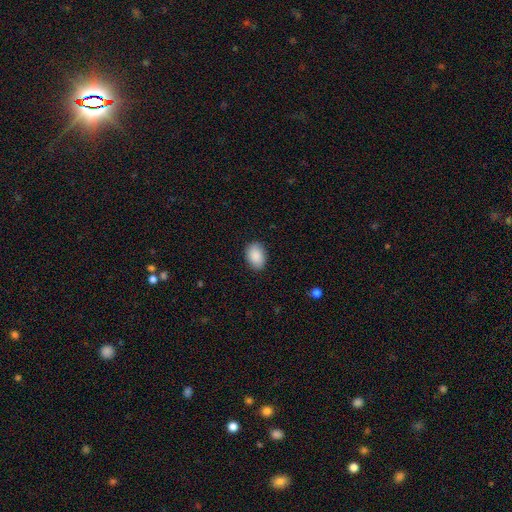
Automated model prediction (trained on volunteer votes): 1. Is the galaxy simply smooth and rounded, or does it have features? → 90% smooth, 6% star or artifact, 4% featured or disk.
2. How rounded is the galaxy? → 83% in between, 16% round, 1% cigar-shaped.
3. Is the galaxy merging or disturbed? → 87% none, 10% minor disturbance, 2% major disturbance, 1% merger.